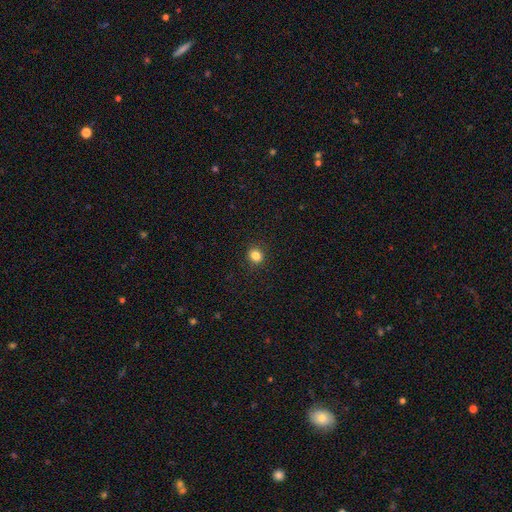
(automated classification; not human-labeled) This appears to be a smooth galaxy with no disk features (84%) that is round (73%). Merging: none (90%).